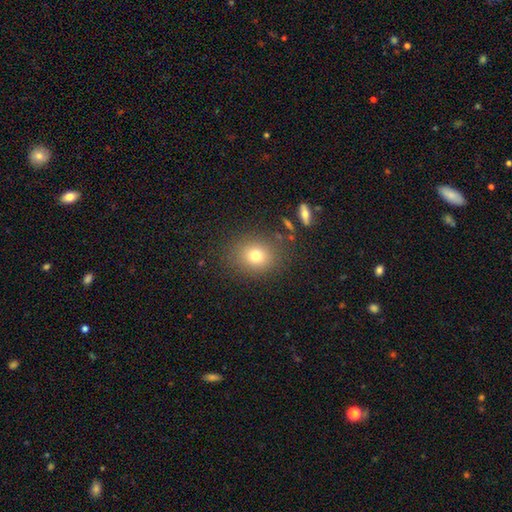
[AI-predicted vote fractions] Q: Smooth or featured?
A: smooth (75%); runner-up: star or artifact (14%)
Q: How rounded?
A: round (68%); runner-up: in between (31%)
Q: Merging?
A: none (83%); runner-up: minor disturbance (10%)